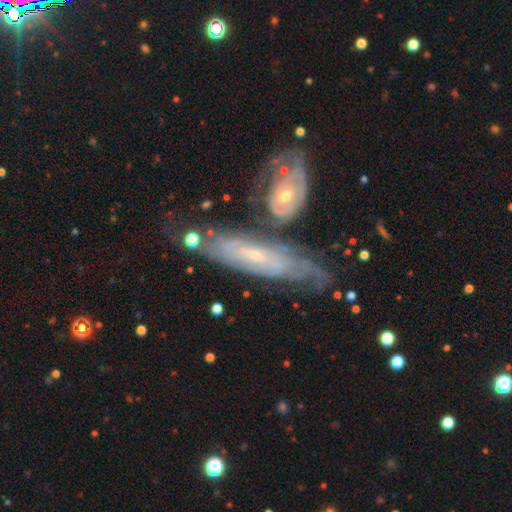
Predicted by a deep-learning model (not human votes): smooth-or-featured: featured or disk: 79% | smooth: 14% | star or artifact: 7%
  disk-edge-on: no: 76% | yes: 24%
    bar: no: 64% | weak: 28% | strong: 8%
    has-spiral-arms: yes: 88% | no: 12%
      spiral-winding: tight: 74% | medium: 20% | loose: 5%
      spiral-arm-count: can't tell: 64% | 2: 14% | 3: 8% | 4: 6% | more than 4: 5% | 1: 4%
    bulge-size: small: 74% | moderate: 21% | none: 2% | large: 1% | dominant: 1%
  merging: none: 57% | merger: 21% | minor disturbance: 16% | major disturbance: 7%